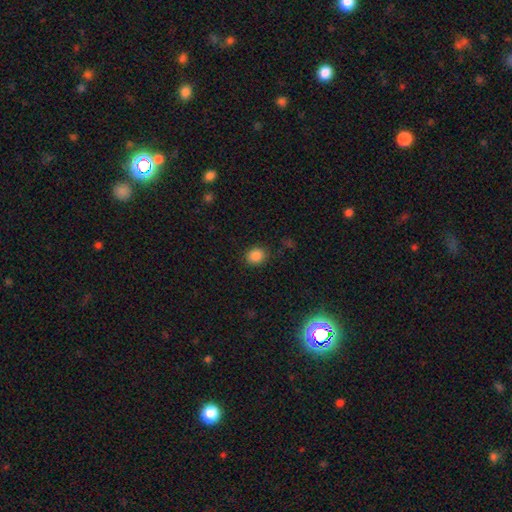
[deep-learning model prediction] Overall: smooth (86%). How rounded: round (68%; in between 32%). Merging: none (87%).